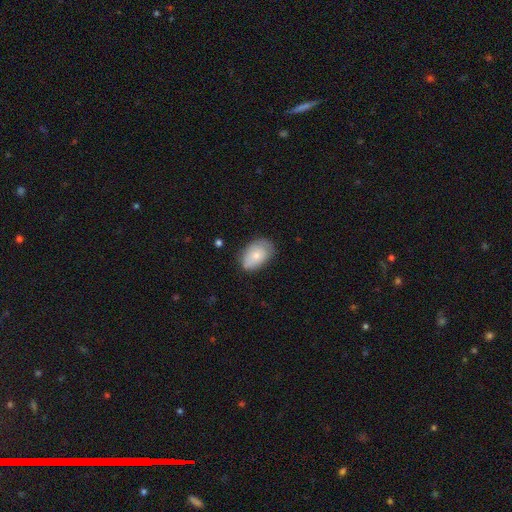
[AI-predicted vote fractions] Overall: smooth (75%). How rounded: in between (88%). Merging: none (71%).